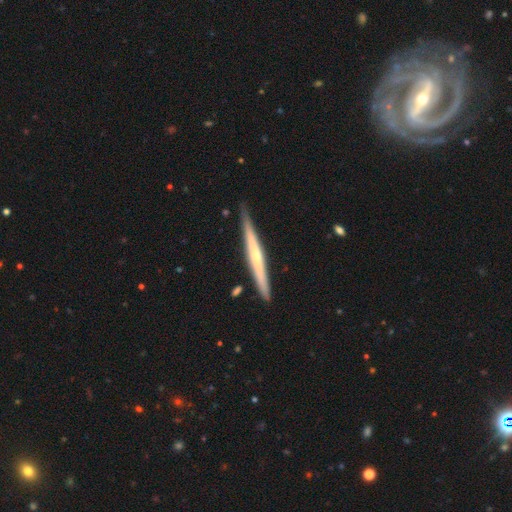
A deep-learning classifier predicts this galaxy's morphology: A featured or disk galaxy (72%) viewed edge-on (95%) with a rounded central bulge (61%). Merging: none (87%).